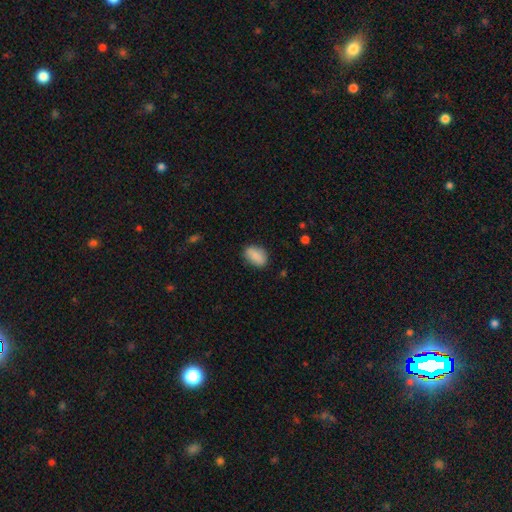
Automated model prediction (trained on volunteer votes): Q: Smooth or featured?
A: smooth (85%); runner-up: featured or disk (8%)
Q: How rounded?
A: in between (86%); runner-up: round (12%)
Q: Merging?
A: none (81%); runner-up: minor disturbance (14%)